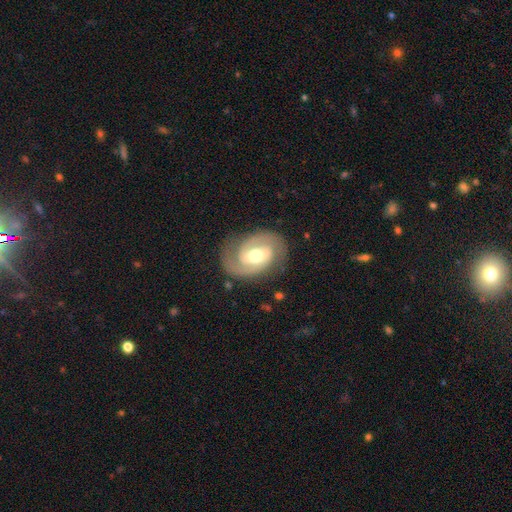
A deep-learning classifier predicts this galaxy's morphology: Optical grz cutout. It shows a featured or disk galaxy (88%) with a weak bar (44%), 2 (91%) medium (49%) spiral arms (96%) and a moderate central bulge (69%). Merging: none (80%).